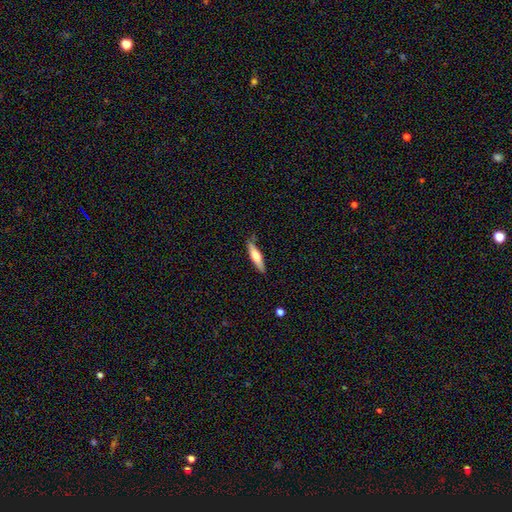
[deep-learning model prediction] The model was most divided on "smooth or featured": smooth: 59%, featured or disk: 35%, star or artifact: 5%. More confident: merging — none (81%); how rounded — cigar-shaped (75%).